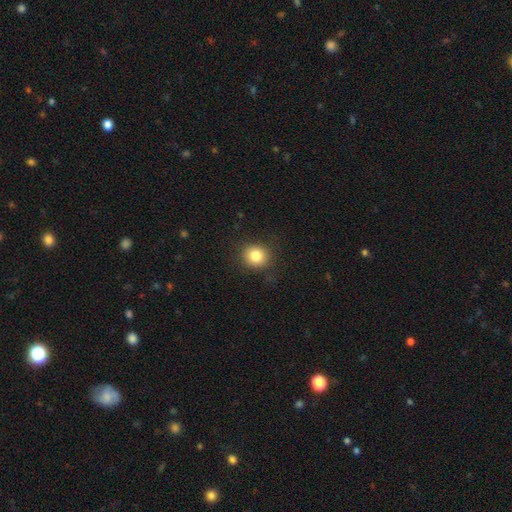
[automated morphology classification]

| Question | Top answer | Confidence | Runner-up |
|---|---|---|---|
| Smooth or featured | smooth | 84% | star or artifact (10%) |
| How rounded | round | 83% | in between (16%) |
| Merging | none | 86% | minor disturbance (10%) |